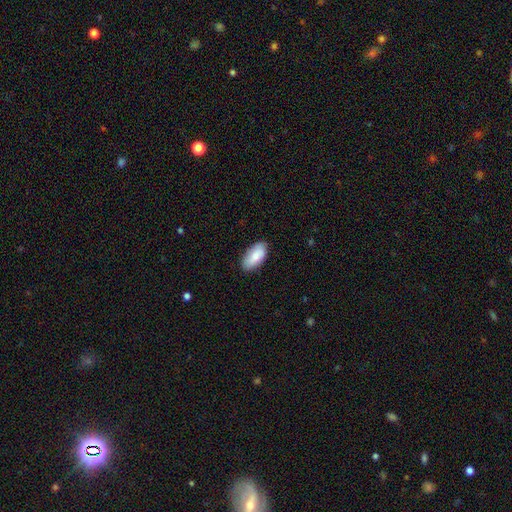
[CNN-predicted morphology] smooth_or_featured: smooth (p=0.81) [alt: featured or disk p=0.13]
how_rounded: in between (p=0.93) [alt: cigar-shaped p=0.05]
merging: none (p=0.81) [alt: minor disturbance p=0.15]